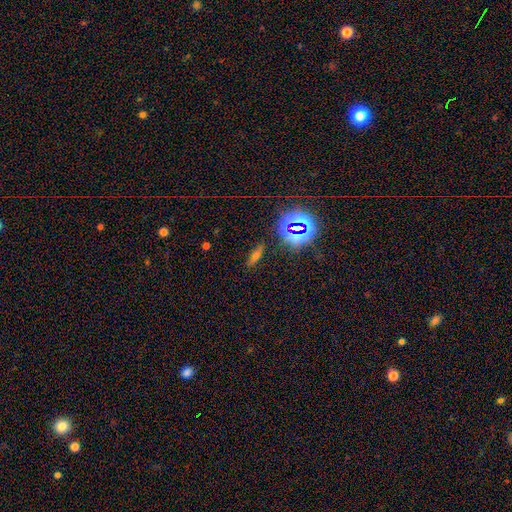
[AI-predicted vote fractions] The model was most divided on "smooth or featured": smooth: 41%, star or artifact: 35%, featured or disk: 25%. More confident: merging — none (87%).